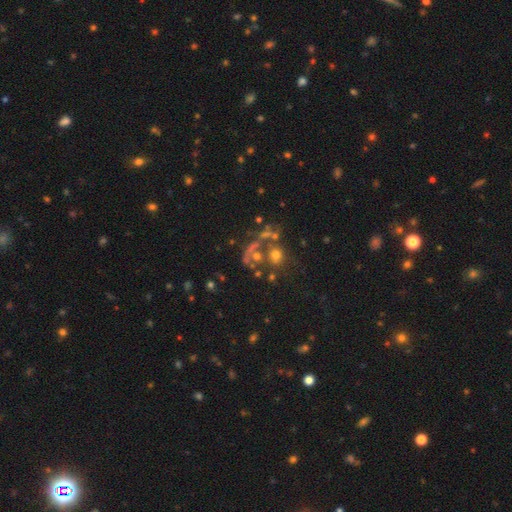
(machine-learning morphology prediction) Smooth or featured?
  - featured or disk: 39% *
  - smooth: 36%
  - star or artifact: 25%
Merging?
  - none: 33% *
  - merger: 32%
  - major disturbance: 24%
  - minor disturbance: 11%